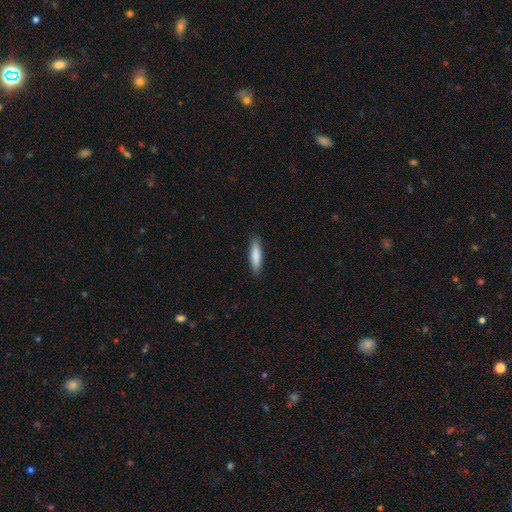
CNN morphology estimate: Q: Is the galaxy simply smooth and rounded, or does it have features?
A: smooth — 83%.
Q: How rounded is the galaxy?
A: cigar-shaped — 71%.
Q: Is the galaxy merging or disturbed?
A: none — 87%.